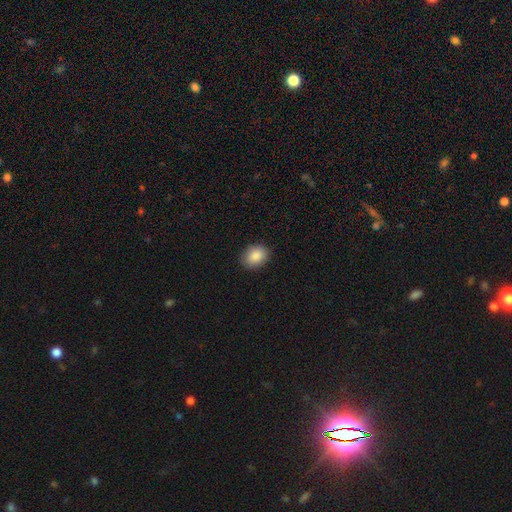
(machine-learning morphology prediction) This appears to be a smooth galaxy with no disk features (89%) that is in between round and cigar-shaped (68%). Merging: none (88%).